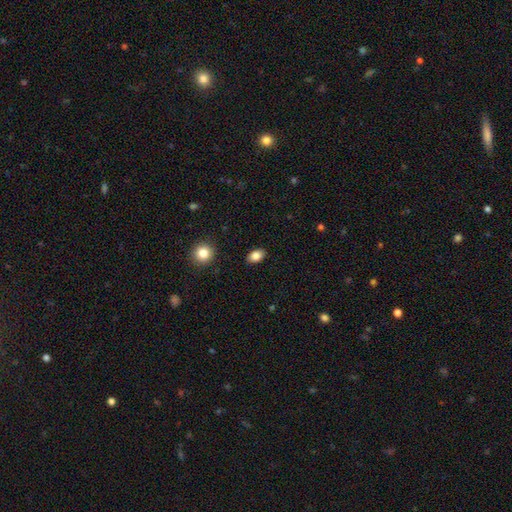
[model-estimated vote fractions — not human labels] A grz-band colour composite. It shows a smooth galaxy with no disk features (85%) that is in between round and cigar-shaped (83%). Merging: none (88%).